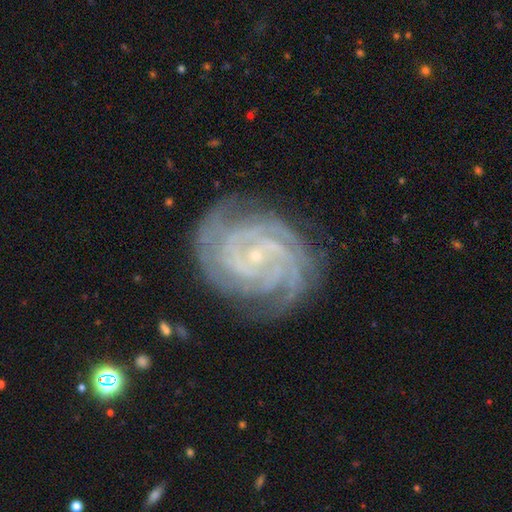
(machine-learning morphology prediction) A featured or disk galaxy (91%) with no bar (61%), 4 (27%) tight (80%) spiral arms (99%) and a small central bulge (88%). Merging: none (79%).